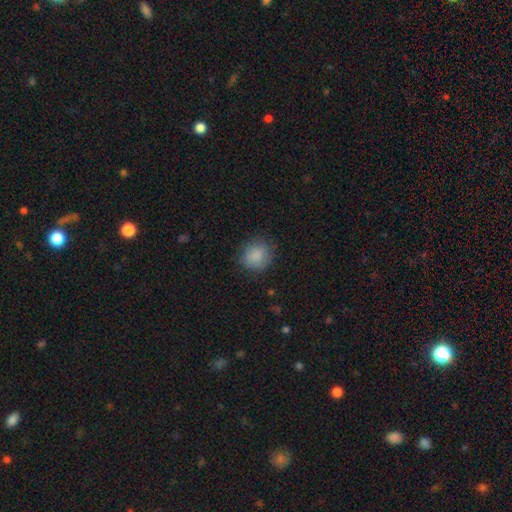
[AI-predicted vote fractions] Smooth or featured?
  - smooth: 87% *
  - star or artifact: 8%
  - featured or disk: 5%
How rounded?
  - round: 83% *
  - in between: 16%
  - cigar-shaped: 1%
Merging?
  - none: 82% *
  - minor disturbance: 13%
  - major disturbance: 4%
  - merger: 1%